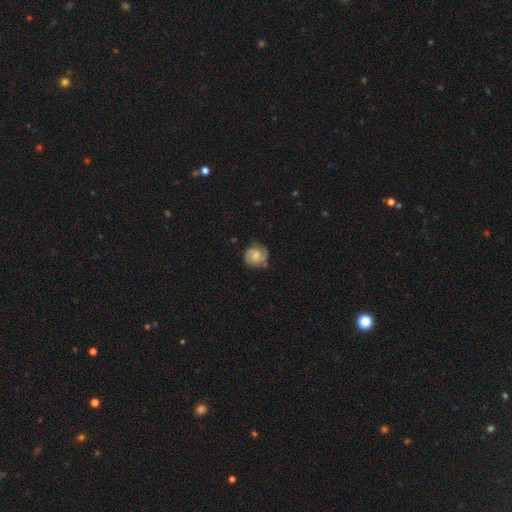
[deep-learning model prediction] smooth-or-featured: featured or disk: 65% | smooth: 28% | star or artifact: 7%
  disk-edge-on: no: 98% | yes: 2%
    bar: no: 53% | weak: 41% | strong: 7%
    has-spiral-arms: yes: 94% | no: 6%
      spiral-winding: medium: 44% | tight: 41% | loose: 15%
      spiral-arm-count: 2: 79% | can't tell: 9% | 3: 6% | 1: 3% | 4: 1% | more than 4: 1%
    bulge-size: small: 43% | moderate: 33% | none: 18% | large: 4% | dominant: 1%
  merging: none: 75% | minor disturbance: 18% | major disturbance: 6% | merger: 2%